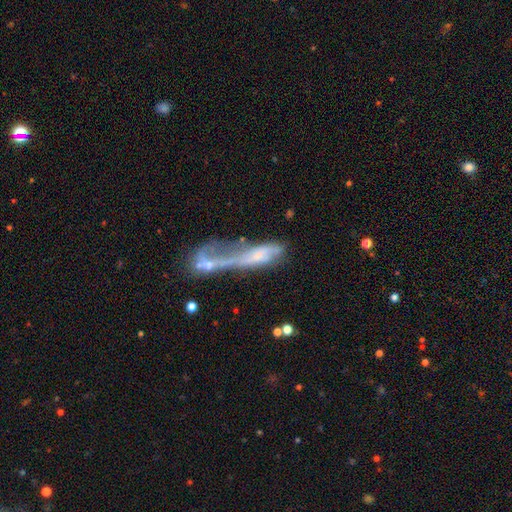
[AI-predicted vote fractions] Smooth or featured? featured or disk (53%)
Edge-on disk? no (72%)
Merging? merger (49%)